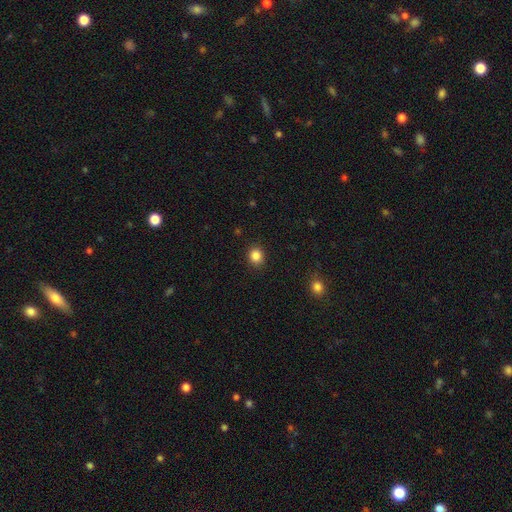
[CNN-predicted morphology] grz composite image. It shows a smooth galaxy with no disk features (86%) that is round (78%). Merging: none (89%).